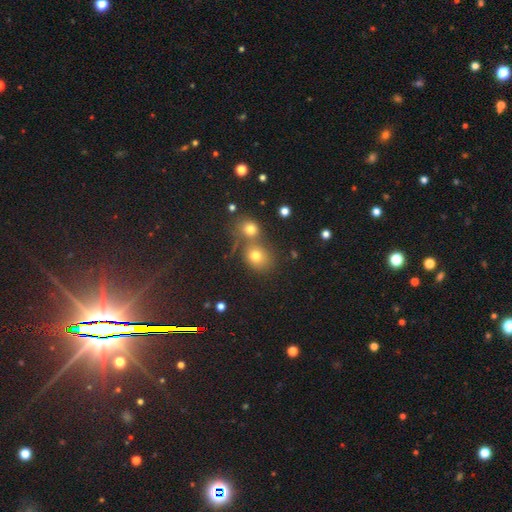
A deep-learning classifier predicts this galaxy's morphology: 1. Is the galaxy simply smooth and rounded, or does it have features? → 71% smooth, 18% star or artifact, 11% featured or disk.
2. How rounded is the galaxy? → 74% round, 25% in between, 1% cigar-shaped.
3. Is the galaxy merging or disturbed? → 49% none, 38% merger, 8% minor disturbance, 4% major disturbance.